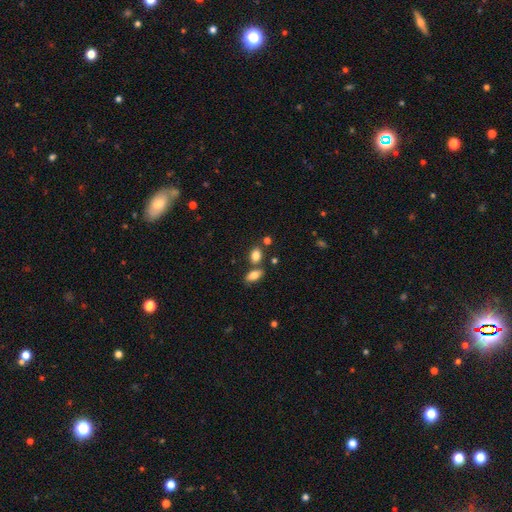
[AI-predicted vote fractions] Smooth or featured? Predicted: smooth (p=0.82). How rounded? Predicted: in between (p=0.74). Merging? Predicted: none (p=0.62).